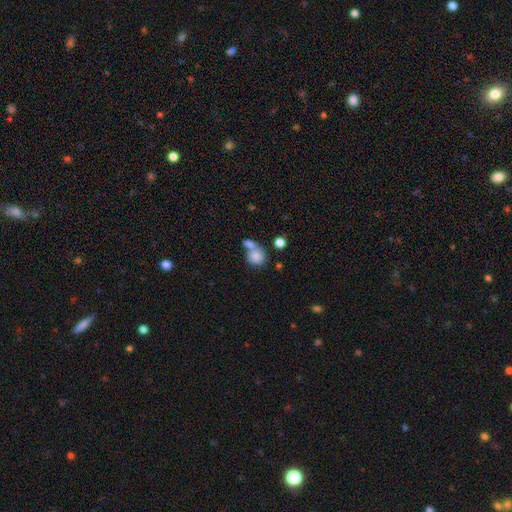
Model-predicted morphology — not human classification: A smooth galaxy with no disk features (81%) that is round (77%).

Vote fractions:
- Smooth or featured? smooth: 81% / featured or disk: 11% / star or artifact: 8%
- How rounded? round: 77% / in between: 22% / cigar-shaped: 1%
- Merging? merger: 48% / none: 36% / minor disturbance: 11% / major disturbance: 5%